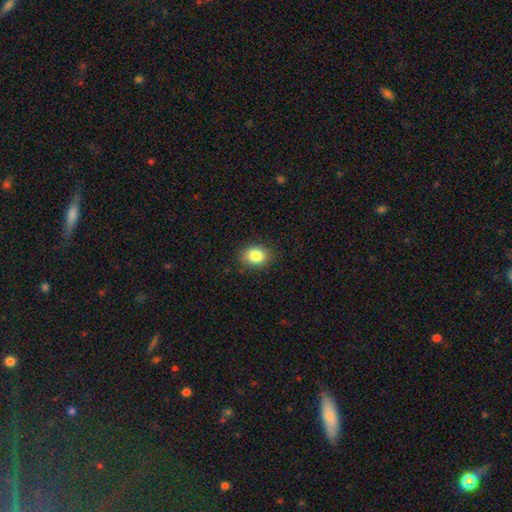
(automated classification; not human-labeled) This appears to be a smooth galaxy with no disk features (84%) that is in between round and cigar-shaped (58%). Merging: none (87%).